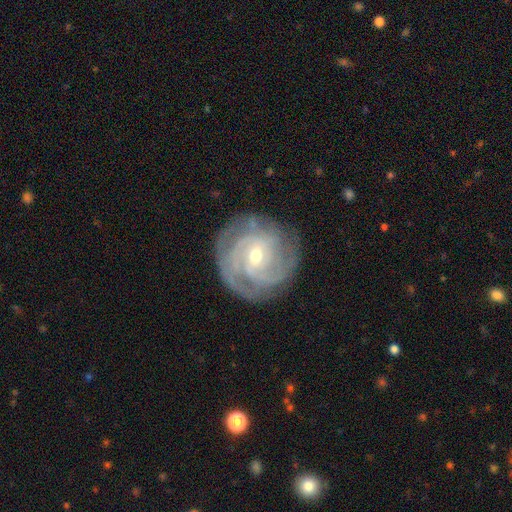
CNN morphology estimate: type=featured or disk (86%); edge-on=no (97%); bar=weak (44%); spiral arms=yes (96%); winding=tight (71%); arm count=3 (29%); bulge=moderate (50%); merging=none (80%).